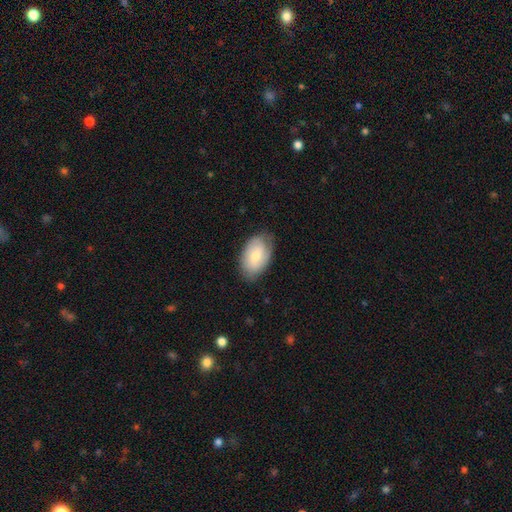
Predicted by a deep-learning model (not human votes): Smooth or featured? smooth (59%)
How rounded? in between (90%)
Merging? none (75%)